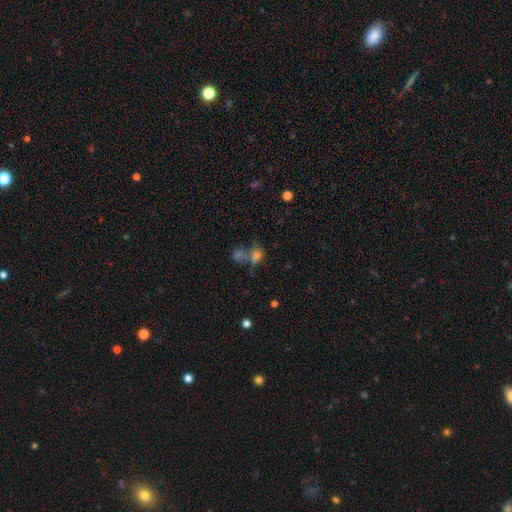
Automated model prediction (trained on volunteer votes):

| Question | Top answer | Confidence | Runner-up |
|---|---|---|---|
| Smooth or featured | smooth | 67% | star or artifact (19%) |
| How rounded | in between | 64% | round (33%) |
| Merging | merger | 46% | none (32%) |